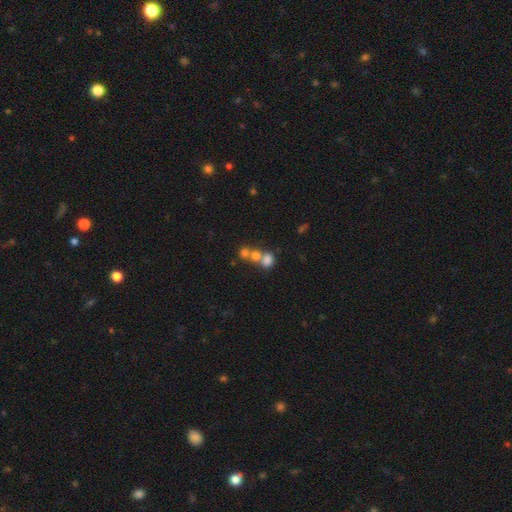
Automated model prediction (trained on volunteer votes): A smooth galaxy with no disk features (69%) that is round (71%). Merging: merger (57%).